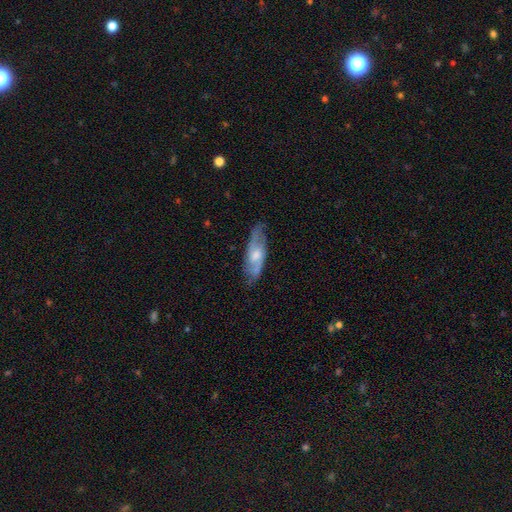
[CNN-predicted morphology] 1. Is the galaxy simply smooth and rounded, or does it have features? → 64% featured or disk, 30% smooth, 6% star or artifact.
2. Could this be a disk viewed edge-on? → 77% no, 23% yes.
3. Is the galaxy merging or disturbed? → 74% none, 20% minor disturbance, 5% major disturbance, 1% merger.